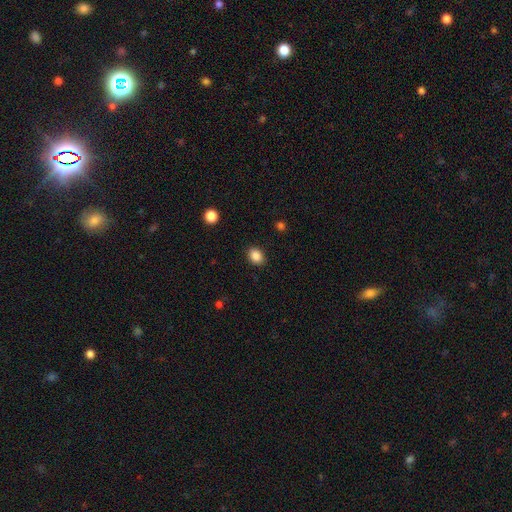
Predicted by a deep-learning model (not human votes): This appears to be a smooth galaxy with no disk features (87%) that is in between round and cigar-shaped (59%). Merging: none (88%).